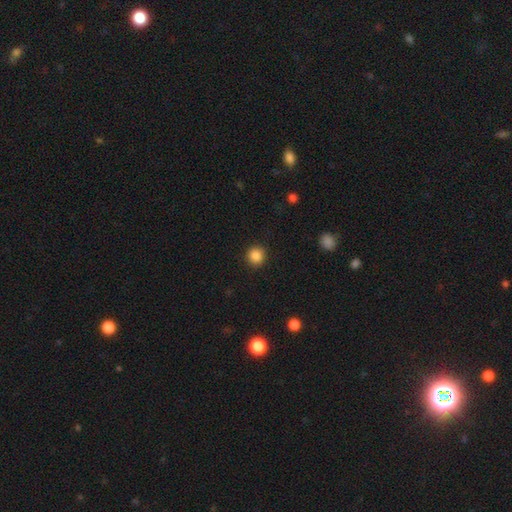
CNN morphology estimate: smooth_or_featured: smooth (p=0.87) [alt: star or artifact p=0.10]
how_rounded: round (p=0.93) [alt: in between p=0.06]
merging: none (p=0.91) [alt: minor disturbance p=0.06]